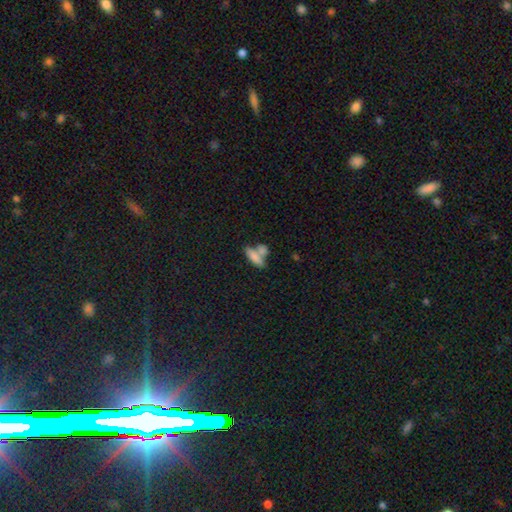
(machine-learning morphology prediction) smooth_or_featured: smooth (p=0.74) [alt: featured or disk p=0.16]
how_rounded: in between (p=0.59) [alt: cigar-shaped p=0.36]
merging: merger (p=0.50) [alt: none p=0.35]